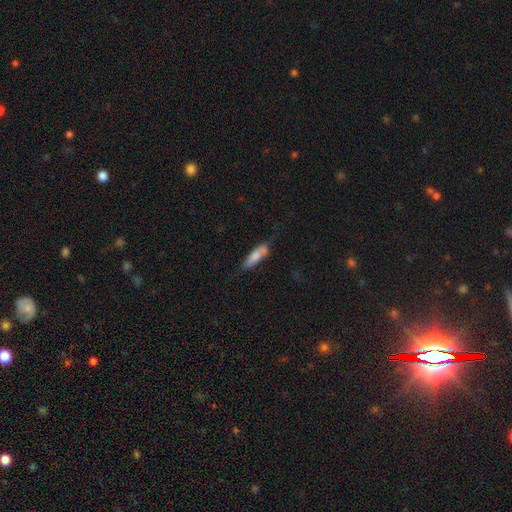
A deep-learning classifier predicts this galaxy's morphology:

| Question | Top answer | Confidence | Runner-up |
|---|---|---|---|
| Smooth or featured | smooth | 73% | featured or disk (20%) |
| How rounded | cigar-shaped | 57% | in between (41%) |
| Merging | none | 59% | minor disturbance (27%) |